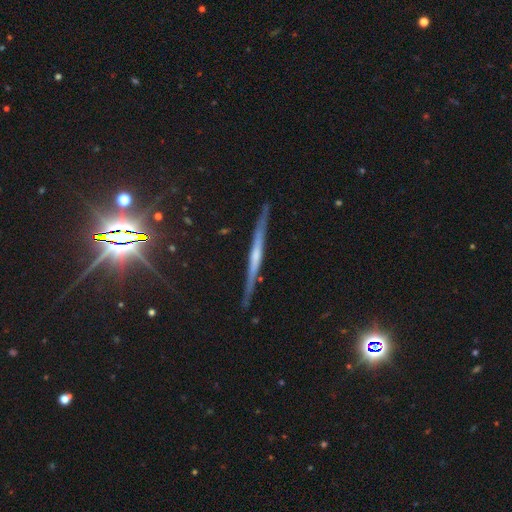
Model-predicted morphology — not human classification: featured or disk 70%, smooth 21%, star or artifact 8%. Down the decision tree: edge-on disk — yes (97%); edge-on bulge — none (51%); merging — none (87%).